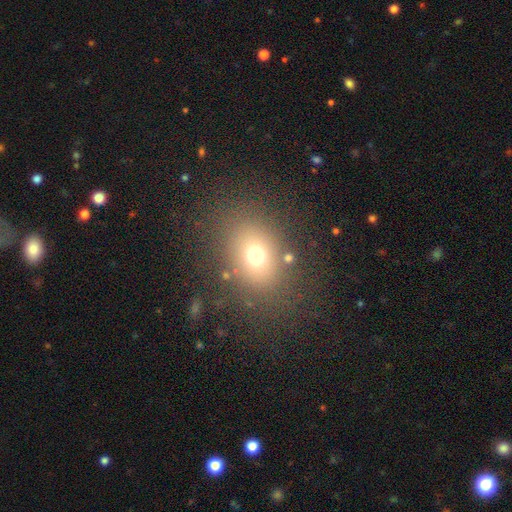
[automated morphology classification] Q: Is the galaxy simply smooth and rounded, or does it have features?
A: smooth — 70%.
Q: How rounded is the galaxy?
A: in between — 53%.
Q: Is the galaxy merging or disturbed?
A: none — 80%.